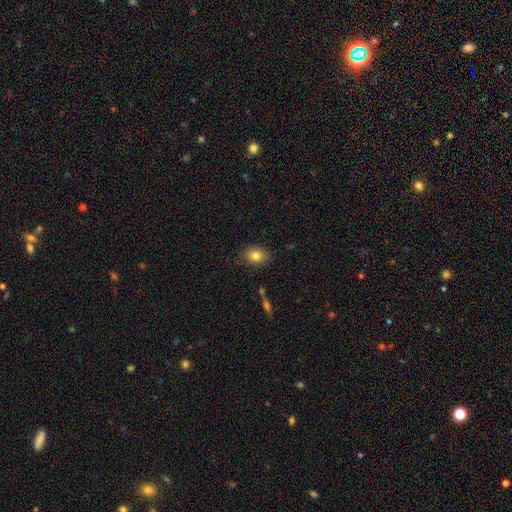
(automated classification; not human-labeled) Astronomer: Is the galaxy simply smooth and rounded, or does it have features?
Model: smooth — 80%.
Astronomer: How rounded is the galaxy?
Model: in between — 71%.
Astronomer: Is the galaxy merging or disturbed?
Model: none — 83%.